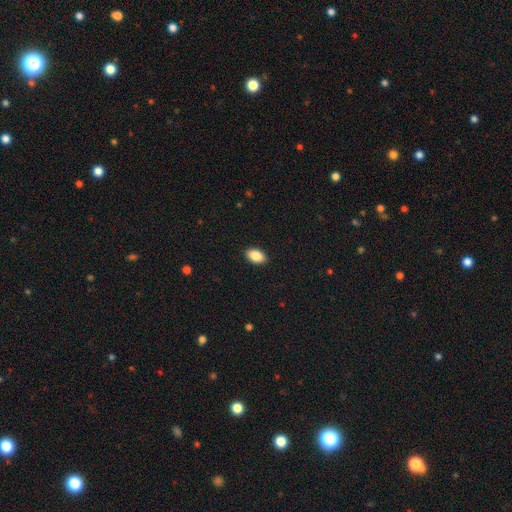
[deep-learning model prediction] smooth 88%, star or artifact 7%, featured or disk 5%. Down the decision tree: how rounded — in between (91%); merging — none (90%).